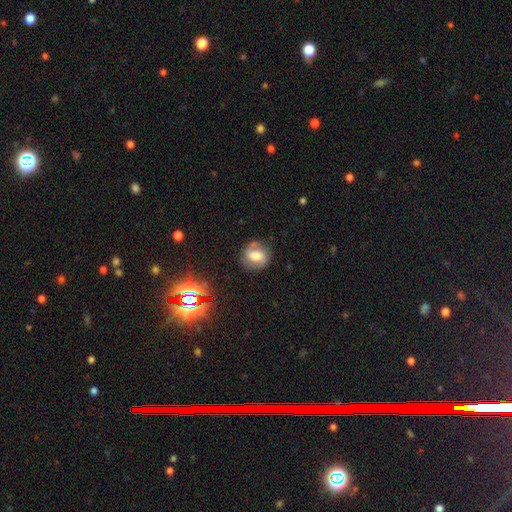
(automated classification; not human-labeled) Smooth or featured? Predicted: featured or disk (p=0.56). Edge-on disk? Predicted: no (p=0.97). Bar? Predicted: weak (p=0.44). Spiral arms? Predicted: yes (p=0.86). Bulge size? Predicted: moderate (p=0.48). Merging? Predicted: none (p=0.77).